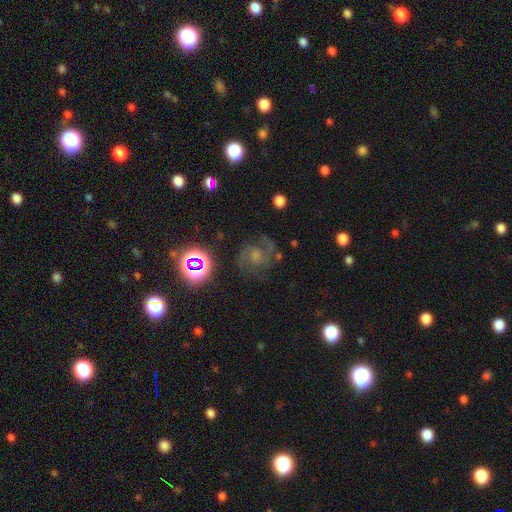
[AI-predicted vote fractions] This is likely a featured or disk galaxy (64%). It is clearly not viewed edge-on (97%). Bar: likely no (60%). Spiral arm pattern: clearly yes (93%). Spiral arm count: likely 2 (73%). Spiral winding: possibly medium (53%). Central bulge: marginally moderate (35%). Merging: likely none (71%).